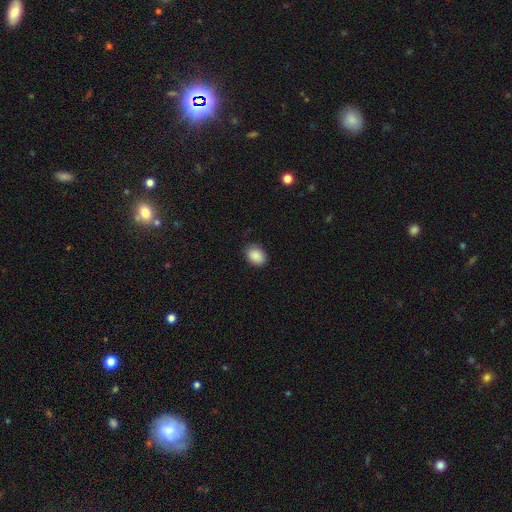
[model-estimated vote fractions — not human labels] The model was most divided on "how rounded": in between: 60%, round: 39%, cigar-shaped: 1%. More confident: smooth or featured — smooth (89%); merging — none (84%).